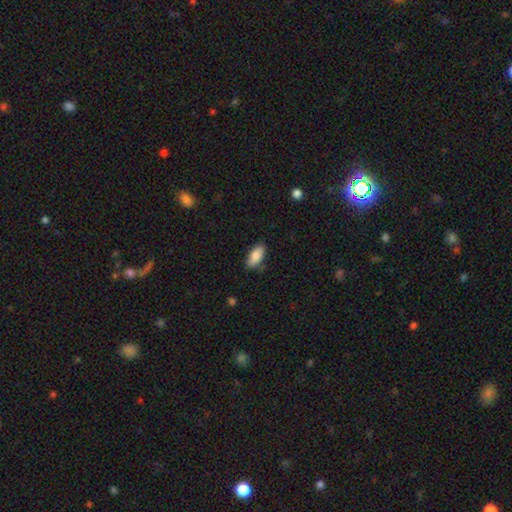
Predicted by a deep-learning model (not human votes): smooth-or-featured: smooth: 86% | featured or disk: 8% | star or artifact: 7%
  how-rounded: in between: 87% | cigar-shaped: 11% | round: 2%
  merging: none: 79% | minor disturbance: 17% | major disturbance: 3% | merger: 1%